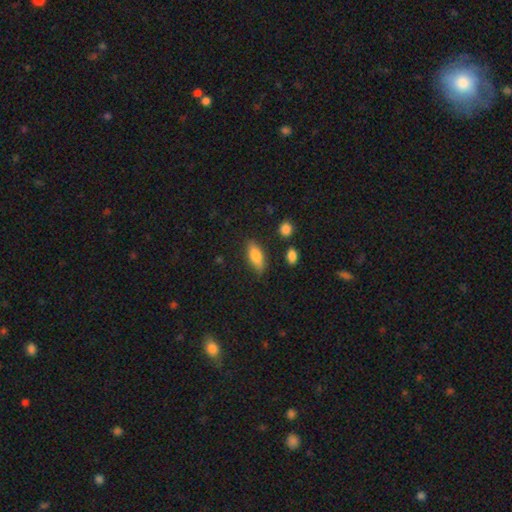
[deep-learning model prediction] Smooth or featured? smooth (78%)
How rounded? in between (74%)
Merging? none (79%)